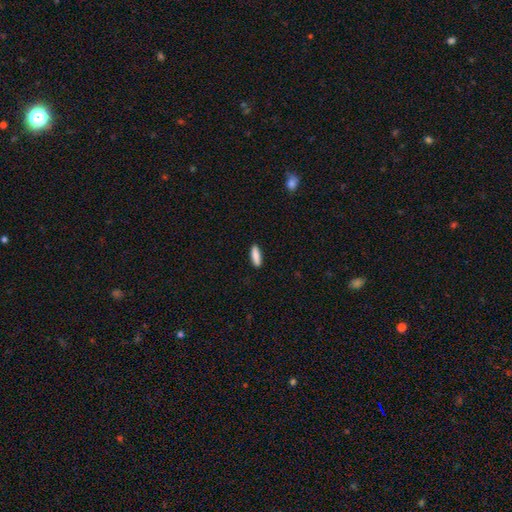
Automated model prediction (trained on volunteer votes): A smooth galaxy with no disk features (86%) that is cigar-shaped (52%).

Vote fractions:
- Smooth or featured? smooth: 86% / featured or disk: 8% / star or artifact: 6%
- How rounded? cigar-shaped: 52% / in between: 46% / round: 2%
- Merging? none: 89% / minor disturbance: 8% / major disturbance: 2% / merger: 1%